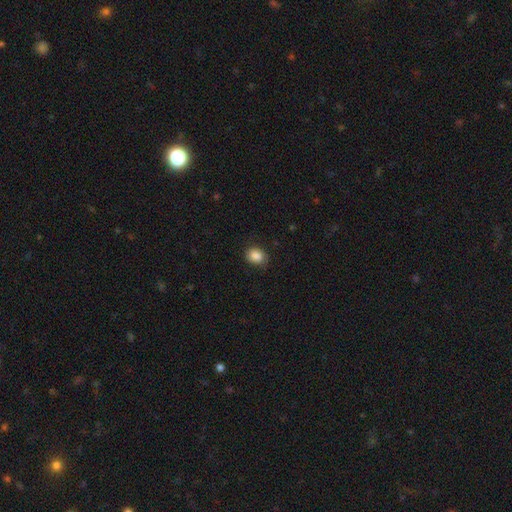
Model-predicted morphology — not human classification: A smooth galaxy with no disk features (86%) that is in between round and cigar-shaped (56%).

Vote fractions:
- Smooth or featured? smooth: 86% / star or artifact: 9% / featured or disk: 5%
- How rounded? in between: 56% / round: 43% / cigar-shaped: 1%
- Merging? none: 77% / minor disturbance: 18% / major disturbance: 4% / merger: 1%